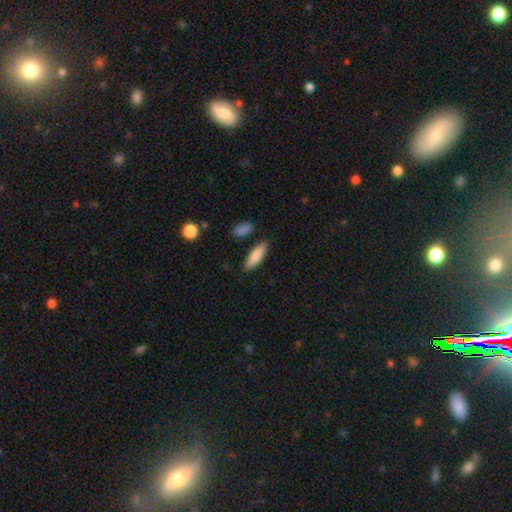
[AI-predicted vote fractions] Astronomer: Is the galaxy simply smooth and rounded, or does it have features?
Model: smooth — 86%.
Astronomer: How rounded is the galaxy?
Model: in between — 56% (runner-up: cigar-shaped, 42%).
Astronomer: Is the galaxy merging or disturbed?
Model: none — 85%.